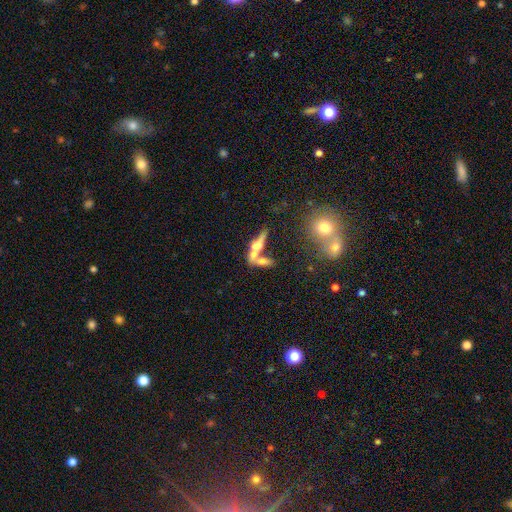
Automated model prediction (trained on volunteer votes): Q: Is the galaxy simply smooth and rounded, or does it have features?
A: featured or disk — 46%.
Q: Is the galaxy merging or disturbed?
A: merger — 54%.